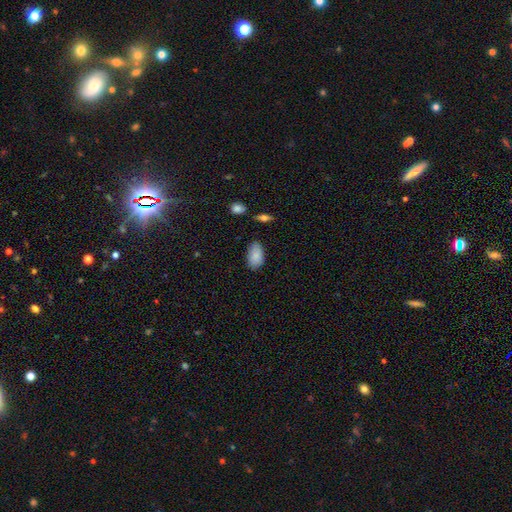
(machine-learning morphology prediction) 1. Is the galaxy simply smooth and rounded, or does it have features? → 86% smooth, 7% star or artifact, 7% featured or disk.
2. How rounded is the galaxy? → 93% in between, 5% round, 2% cigar-shaped.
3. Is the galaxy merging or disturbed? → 78% none, 17% minor disturbance, 3% major disturbance, 2% merger.